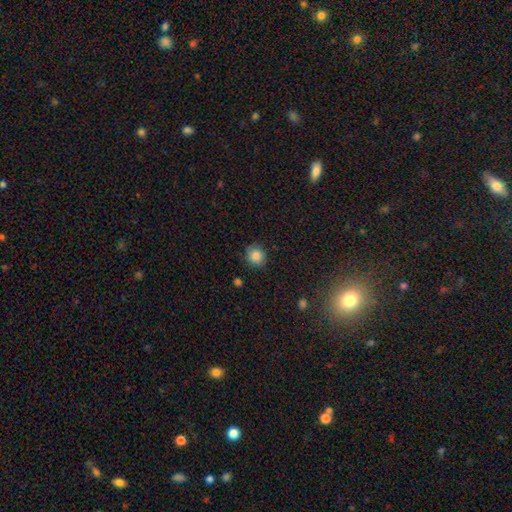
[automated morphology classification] smooth 83%, star or artifact 10%, featured or disk 7%. Down the decision tree: how rounded — round (85%); merging — none (84%).